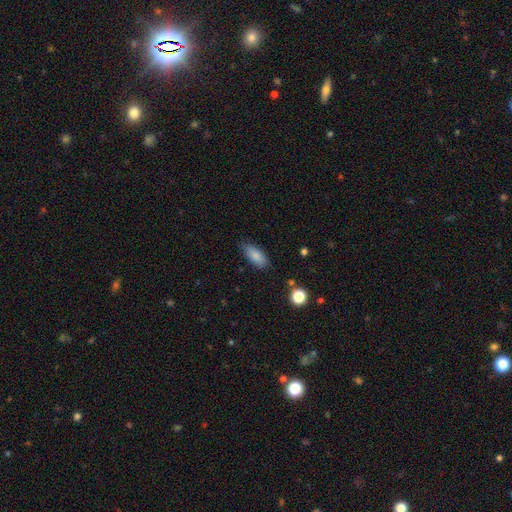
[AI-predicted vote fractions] smooth 85%, star or artifact 7%, featured or disk 7%. Down the decision tree: how rounded — in between (83%); merging — none (77%).